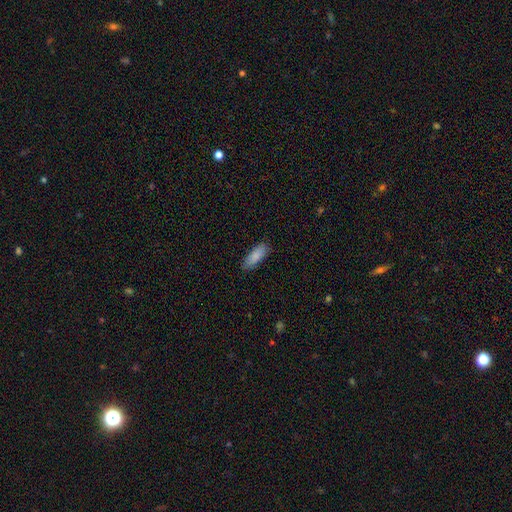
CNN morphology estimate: Smooth or featured? Predicted: smooth (p=0.86). How rounded? Predicted: in between (p=0.61). Merging? Predicted: none (p=0.85).